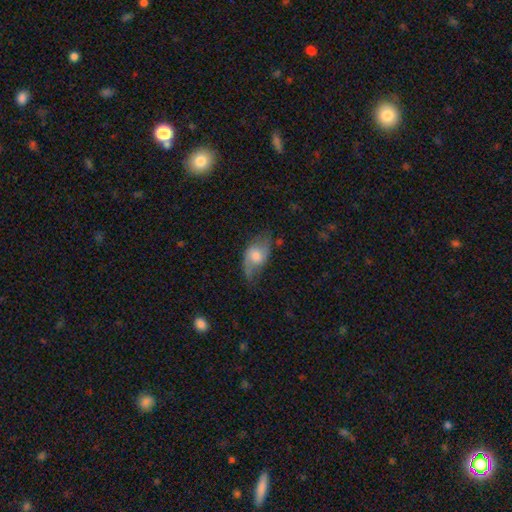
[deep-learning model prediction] Smooth or featured: featured or disk — 51% (smooth — 41%)
Edge-on disk: no — 92% (yes — 8%)
Merging: none — 56% (minor disturbance — 29%)